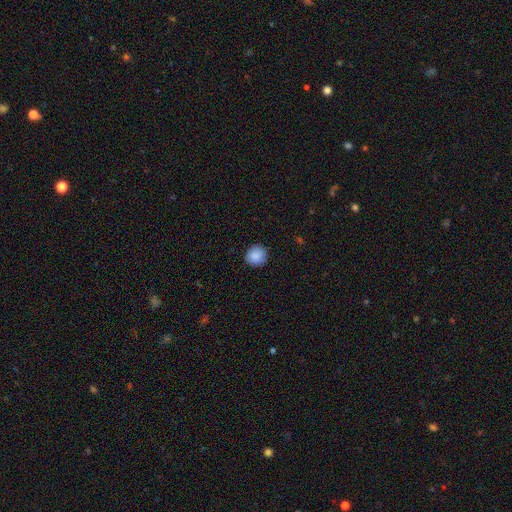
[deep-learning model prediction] A smooth galaxy with no disk features (89%) that is round (92%).

Vote fractions:
- Smooth or featured? smooth: 89% / star or artifact: 8% / featured or disk: 3%
- How rounded? round: 92% / in between: 7% / cigar-shaped: 1%
- Merging? none: 90% / minor disturbance: 7% / major disturbance: 2% / merger: 1%